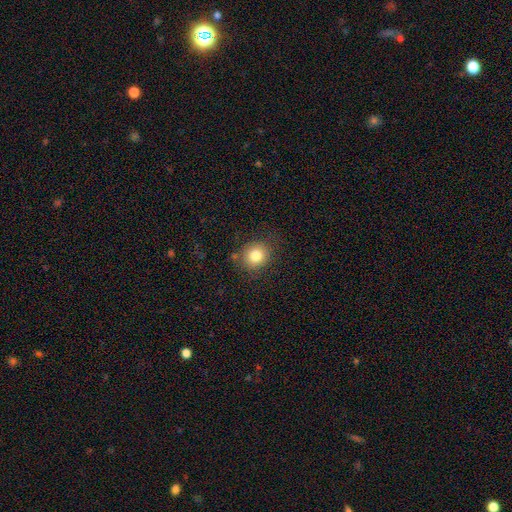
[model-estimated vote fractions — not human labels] Overall: smooth (80%). How rounded: round (81%). Merging: none (82%).